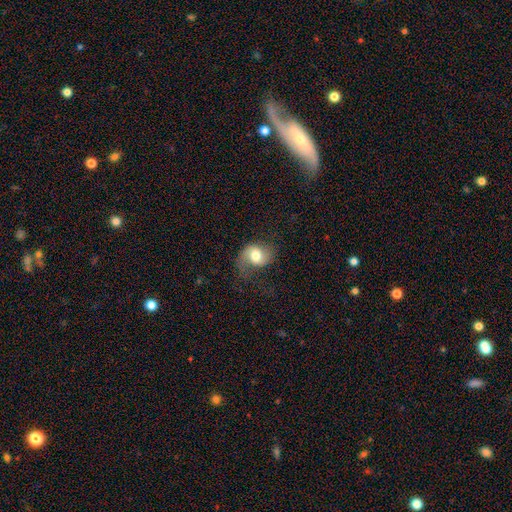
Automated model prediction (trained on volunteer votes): This appears to be a smooth galaxy with no disk features (49%). Merging: none (51%).